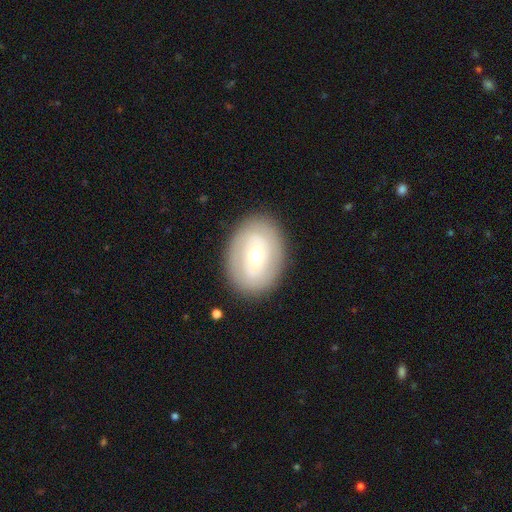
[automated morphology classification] A featured or disk galaxy (49%). Merging: none (85%).